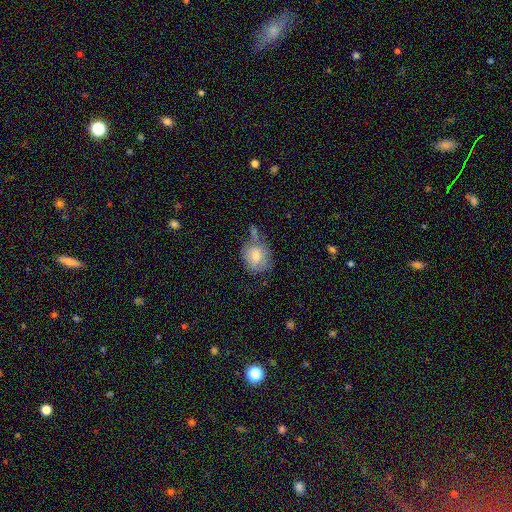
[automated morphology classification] The model was most divided on "merging": none: 44%, minor disturbance: 26%, merger: 18%, major disturbance: 12%. More confident: smooth or featured — smooth (71%); how rounded — round (61%).